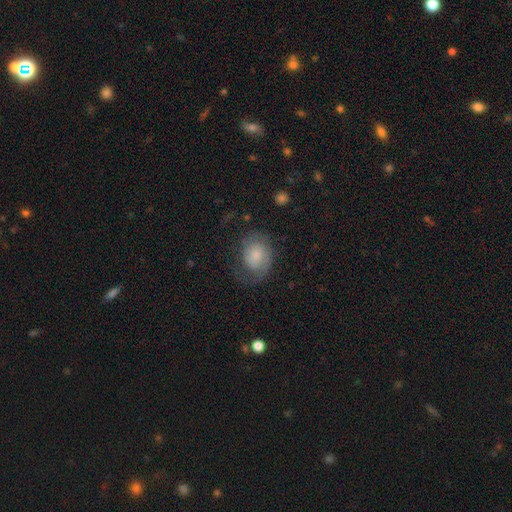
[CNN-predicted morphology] smooth 47%, featured or disk 44%, star or artifact 8%. Down the decision tree: merging — none (48%).